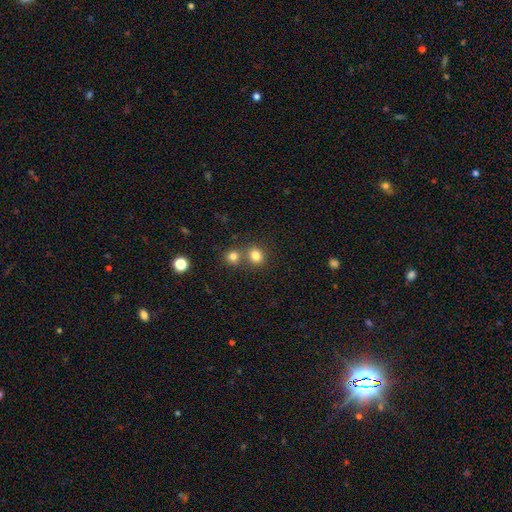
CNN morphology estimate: This appears to be a smooth galaxy with no disk features (81%) that is round (70%). Merging: none (59%).